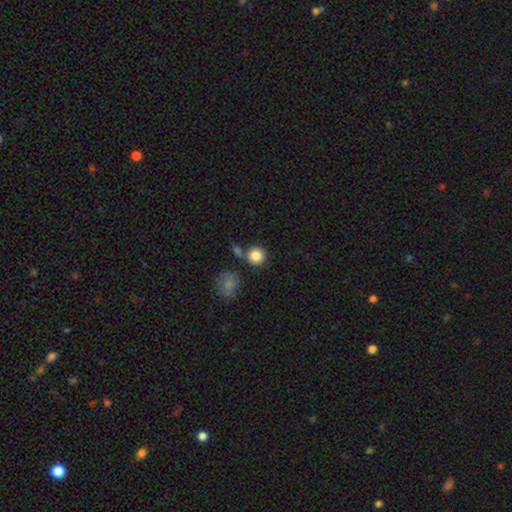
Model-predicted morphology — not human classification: Q: Smooth or featured?
A: smooth (85%); runner-up: star or artifact (9%)
Q: How rounded?
A: round (90%); runner-up: in between (9%)
Q: Merging?
A: none (70%); runner-up: merger (15%)